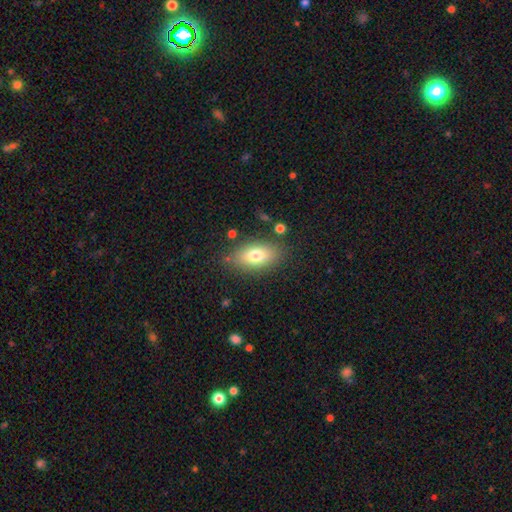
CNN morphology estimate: type=smooth (75%); roundness=in between (86%); merging=none (80%).